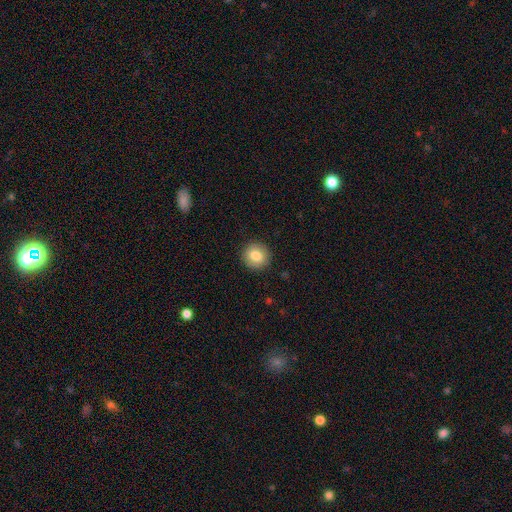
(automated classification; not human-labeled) smooth_or_featured: smooth (p=0.83) [alt: featured or disk p=0.09]
how_rounded: round (p=0.91) [alt: in between p=0.08]
merging: none (p=0.91) [alt: minor disturbance p=0.06]